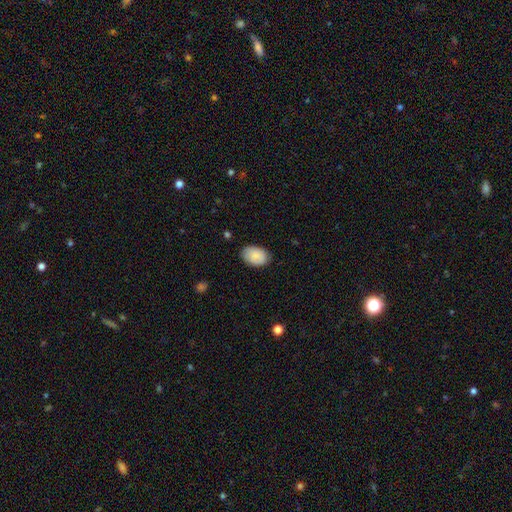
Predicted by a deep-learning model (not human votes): Overall: smooth (87%). How rounded: in between (87%). Merging: none (84%).